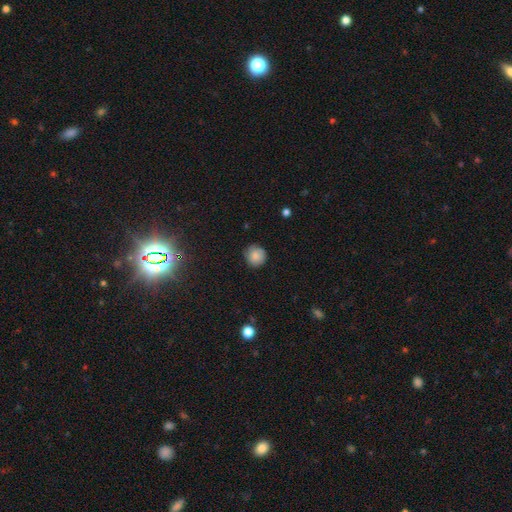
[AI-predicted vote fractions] smooth 80%, featured or disk 11%, star or artifact 9%. Down the decision tree: how rounded — round (91%); merging — none (78%).